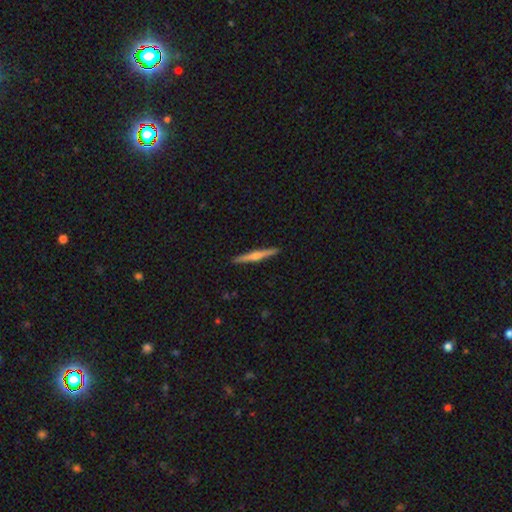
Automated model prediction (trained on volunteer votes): The model was most divided on "smooth or featured": featured or disk: 71%, smooth: 23%, star or artifact: 5%. More confident: edge-on disk — yes (98%); merging — none (93%); edge-on bulge — rounded (88%).